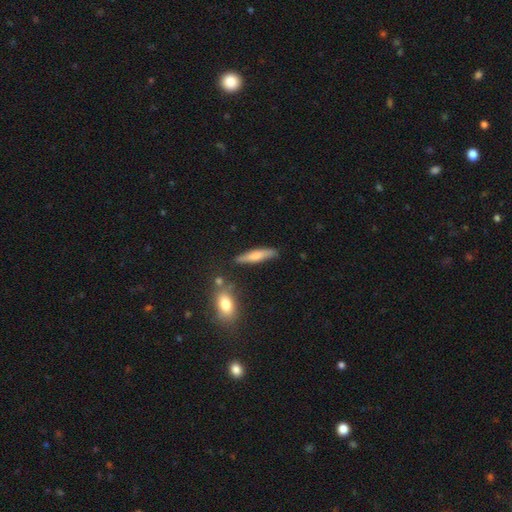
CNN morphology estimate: The model was most divided on "smooth or featured": smooth: 65%, featured or disk: 28%, star or artifact: 6%. More confident: how rounded — cigar-shaped (83%); merging — none (79%).